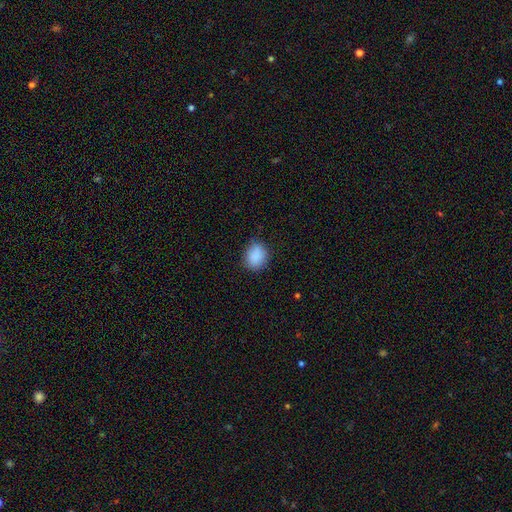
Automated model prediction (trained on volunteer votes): A smooth galaxy with no disk features (88%) that is in between round and cigar-shaped (54%).

Vote fractions:
- Smooth or featured? smooth: 88% / star or artifact: 8% / featured or disk: 4%
- How rounded? in between: 54% / round: 45% / cigar-shaped: 1%
- Merging? none: 80% / minor disturbance: 16% / major disturbance: 3% / merger: 1%